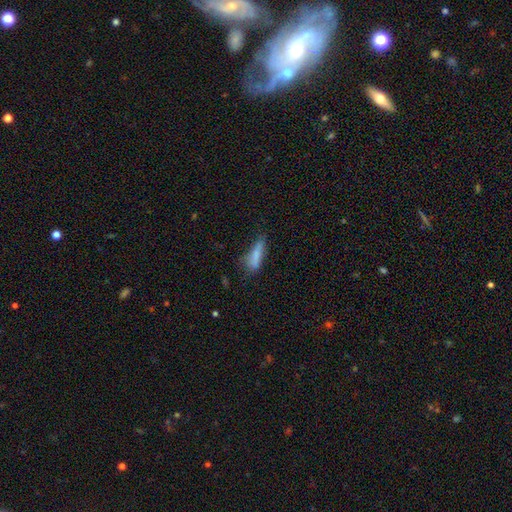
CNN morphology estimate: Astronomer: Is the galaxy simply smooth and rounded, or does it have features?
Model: smooth — 75%.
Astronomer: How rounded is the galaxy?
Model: cigar-shaped — 55% (runner-up: in between, 43%).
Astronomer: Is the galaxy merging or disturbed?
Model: none — 47% (runner-up: minor disturbance, 33%).